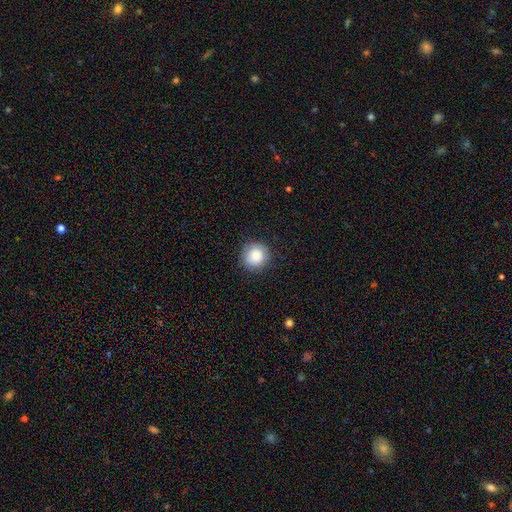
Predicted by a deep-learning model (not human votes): Morphology: type=smooth (82%); roundness=round (93%); merging=none (87%).